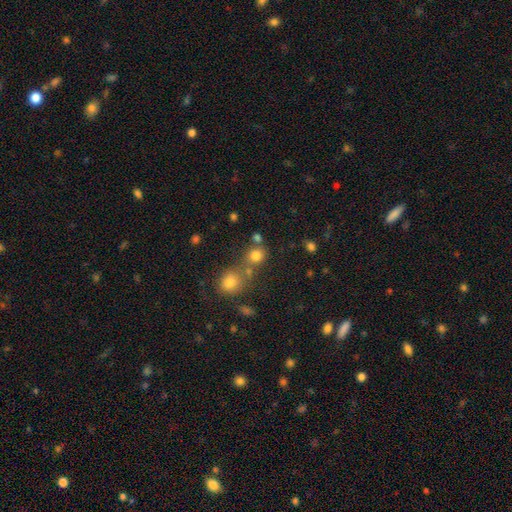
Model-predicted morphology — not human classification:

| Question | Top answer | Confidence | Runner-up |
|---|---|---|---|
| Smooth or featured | smooth | 79% | star or artifact (14%) |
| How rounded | round | 79% | in between (19%) |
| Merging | none | 57% | merger (29%) |